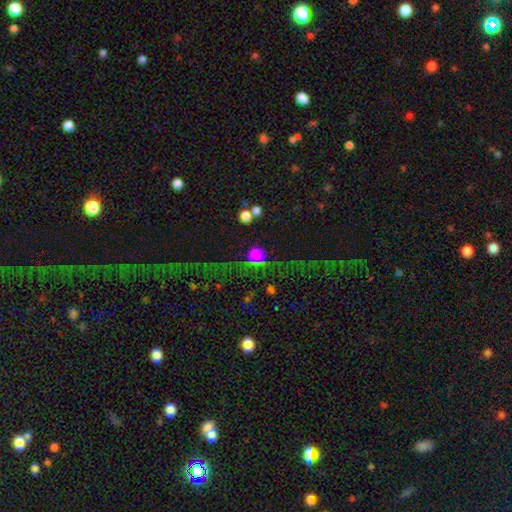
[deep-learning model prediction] Smooth or featured?
  - smooth: 55% *
  - star or artifact: 37%
  - featured or disk: 8%
How rounded?
  - round: 89% *
  - in between: 9%
  - cigar-shaped: 2%
Merging?
  - none: 72% *
  - merger: 12%
  - minor disturbance: 9%
  - major disturbance: 8%